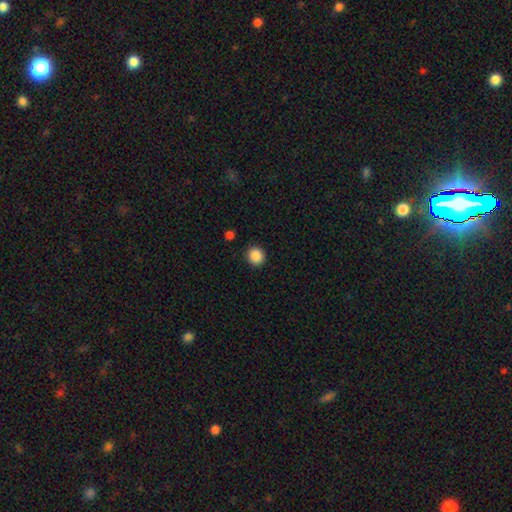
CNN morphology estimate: Smooth or featured? smooth (88%)
How rounded? round (90%)
Merging? none (91%)